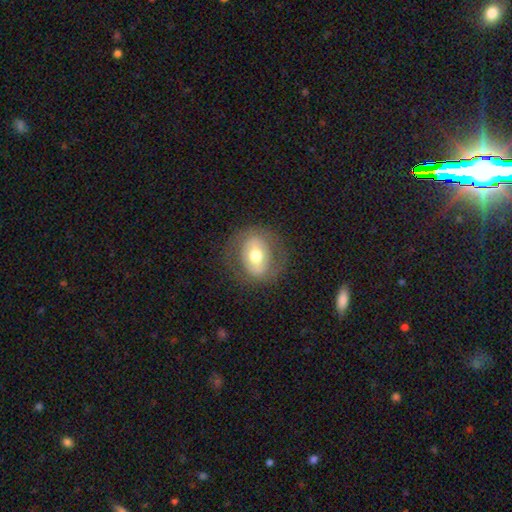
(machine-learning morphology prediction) Overall: featured or disk (48%; smooth 45%). Merging: none (77%).